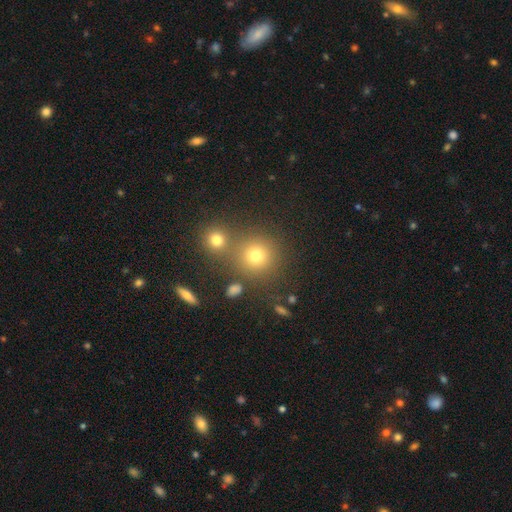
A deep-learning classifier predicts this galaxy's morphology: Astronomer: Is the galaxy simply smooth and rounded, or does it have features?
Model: smooth — 70%.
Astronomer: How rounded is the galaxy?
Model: round — 91%.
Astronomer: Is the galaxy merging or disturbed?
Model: none — 69%.